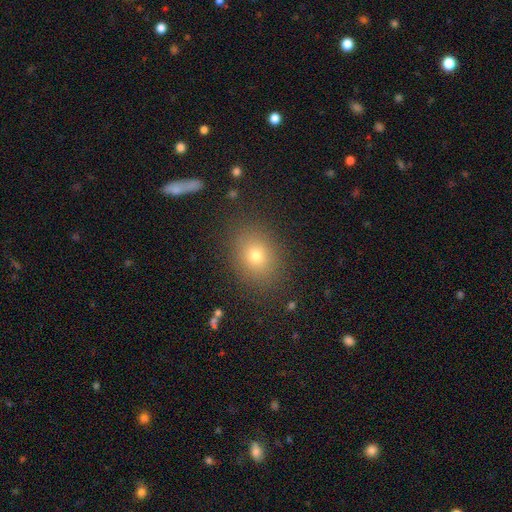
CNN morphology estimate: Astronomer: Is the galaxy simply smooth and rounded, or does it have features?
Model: smooth — 73%.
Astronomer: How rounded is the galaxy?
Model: in between — 51% (runner-up: round, 48%).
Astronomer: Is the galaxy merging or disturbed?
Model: none — 86%.